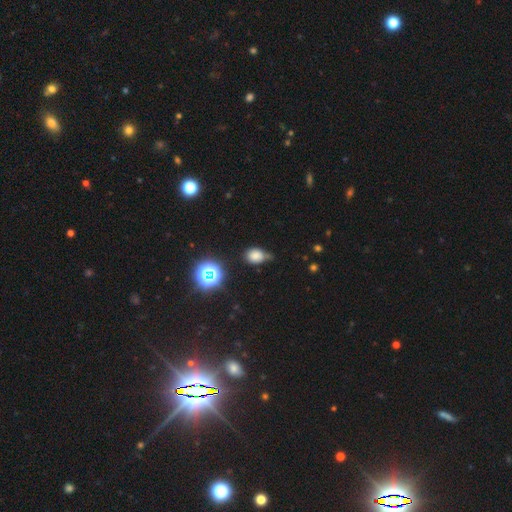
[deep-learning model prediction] smooth_or_featured: smooth (p=0.75) [alt: star or artifact p=0.17]
how_rounded: in between (p=0.53) [alt: round p=0.45]
merging: none (p=0.50) [alt: minor disturbance p=0.35]